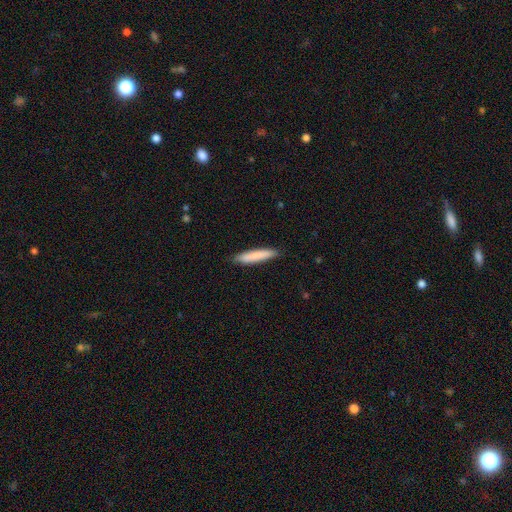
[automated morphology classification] Smooth or featured? smooth (83%)
How rounded? cigar-shaped (90%)
Merging? none (87%)